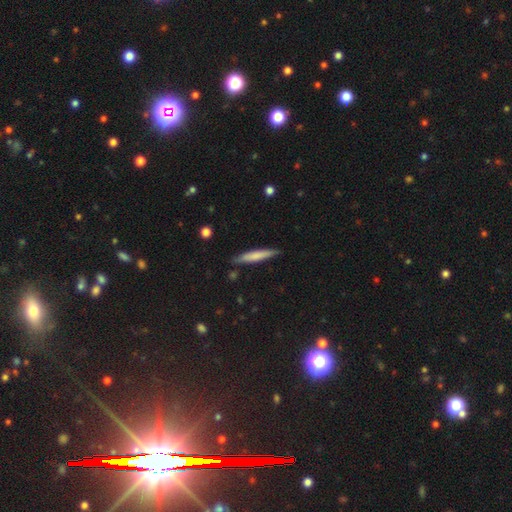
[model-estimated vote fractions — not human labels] Morphology: type=smooth (66%); roundness=cigar-shaped (92%); merging=none (85%).